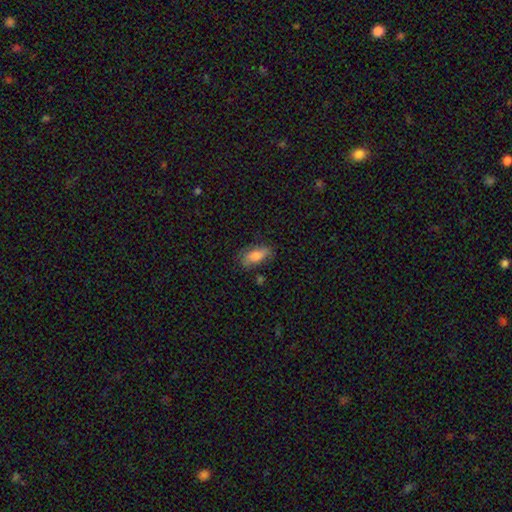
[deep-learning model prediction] This is likely a smooth galaxy (76%). How rounded: likely in between (80%). Merging: likely none (69%).